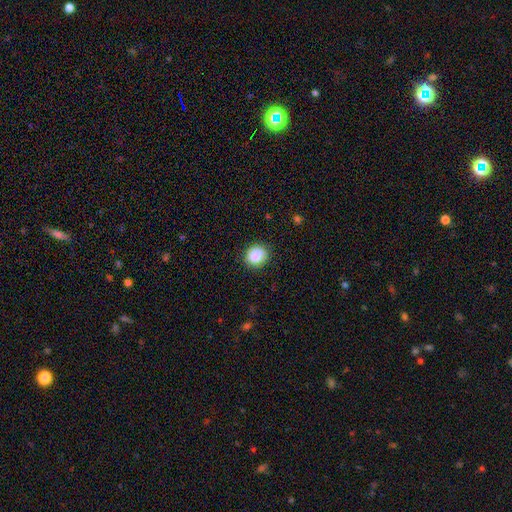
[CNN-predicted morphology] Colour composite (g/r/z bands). It shows a smooth galaxy with no disk features (86%) that is round (78%). Merging: none (88%).